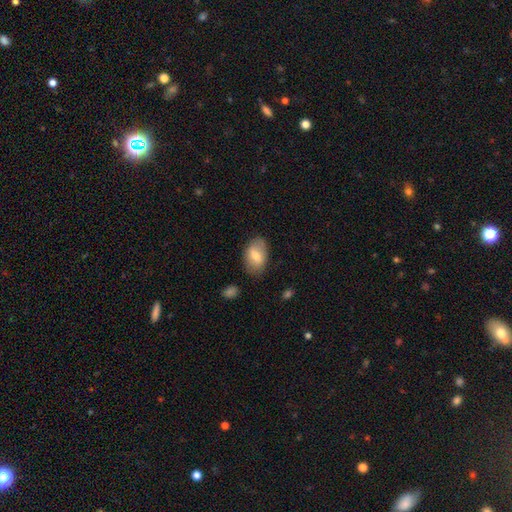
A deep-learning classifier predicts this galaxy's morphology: A smooth galaxy with no disk features (66%) that is in between round and cigar-shaped (90%).

Vote fractions:
- Smooth or featured? smooth: 66% / featured or disk: 27% / star or artifact: 7%
- How rounded? in between: 90% / round: 8% / cigar-shaped: 2%
- Merging? none: 76% / minor disturbance: 17% / major disturbance: 4% / merger: 2%